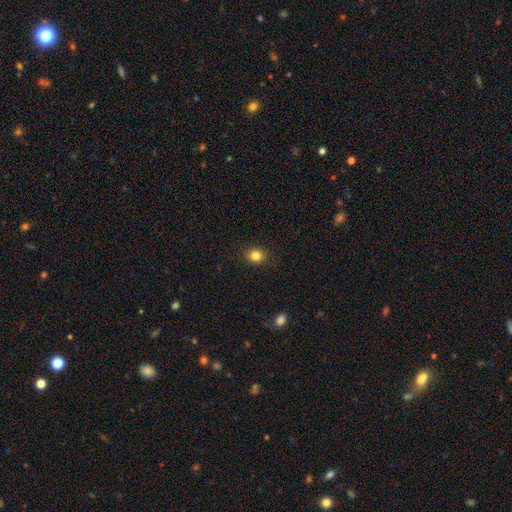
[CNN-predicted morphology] smooth-or-featured: smooth: 83% | star or artifact: 11% | featured or disk: 6%
  how-rounded: round: 72% | in between: 27% | cigar-shaped: 1%
  merging: none: 89% | minor disturbance: 8% | major disturbance: 2% | merger: 1%